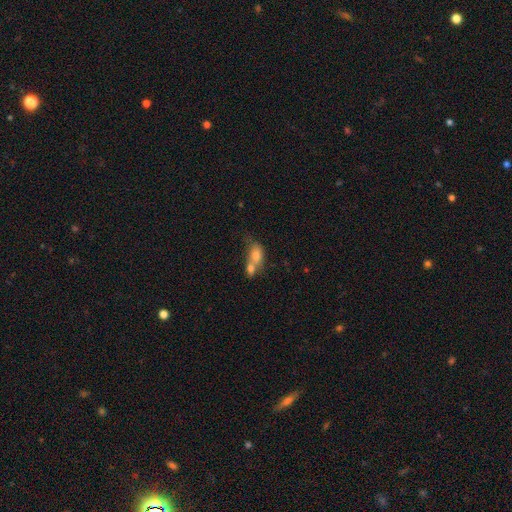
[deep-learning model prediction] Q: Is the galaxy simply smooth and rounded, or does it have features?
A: smooth — 72%.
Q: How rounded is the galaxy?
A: in between — 76%.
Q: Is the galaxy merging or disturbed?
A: merger — 65%.